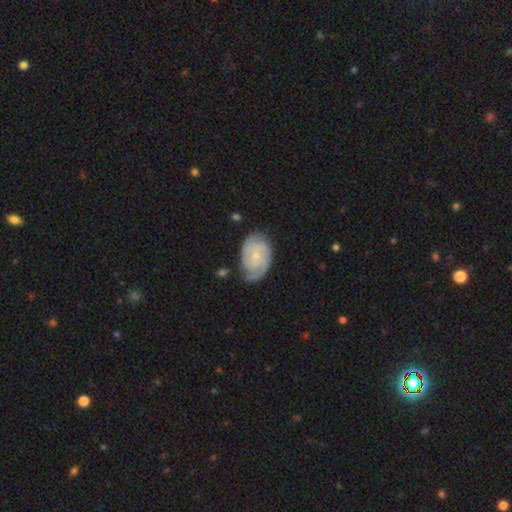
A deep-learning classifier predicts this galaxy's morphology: This is likely a featured or disk galaxy (72%). It is clearly not viewed edge-on (97%). Bar: likely no (68%). Spiral arm pattern: clearly yes (92%). Spiral arm count: possibly 2 (51%). Spiral winding: possibly tight (57%). Central bulge: likely small (73%). Merging: likely none (65%).